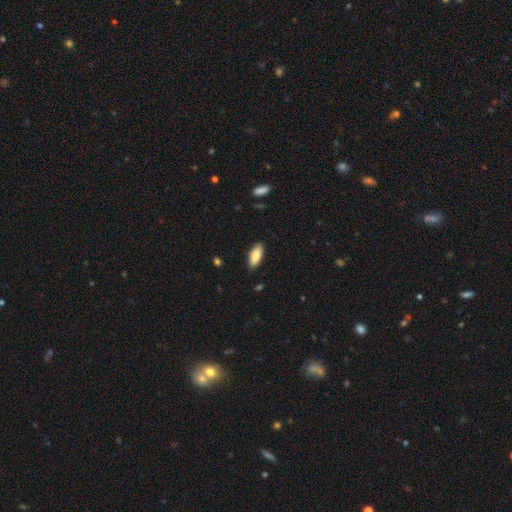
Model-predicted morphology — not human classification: Smooth or featured?
  - smooth: 87% *
  - featured or disk: 7%
  - star or artifact: 6%
How rounded?
  - in between: 80% *
  - cigar-shaped: 19%
  - round: 2%
Merging?
  - none: 87% *
  - minor disturbance: 10%
  - major disturbance: 2%
  - merger: 1%